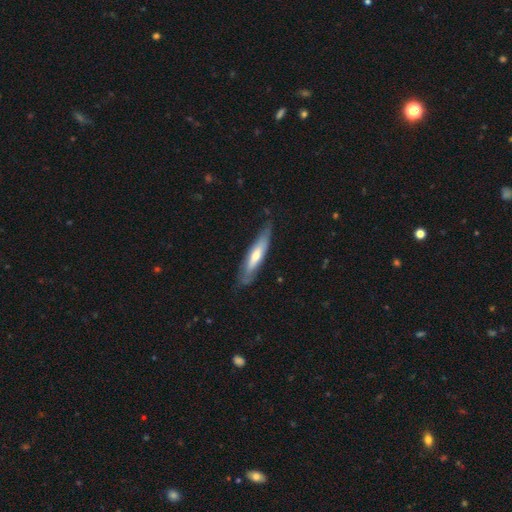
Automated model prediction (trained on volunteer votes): Overall: smooth (48%; featured or disk 47%). Merging: none (74%).